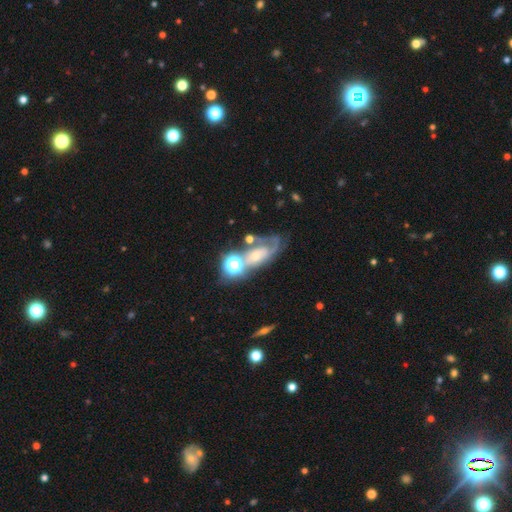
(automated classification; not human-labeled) Smooth or featured: featured or disk — 64% (star or artifact — 18%)
Edge-on disk: no — 91% (yes — 9%)
Bar: no — 68% (weak — 24%)
Spiral arms: yes — 83% (no — 17%)
Bulge size: small — 53% (moderate — 31%)
Merging: none — 43% (major disturbance — 19%)